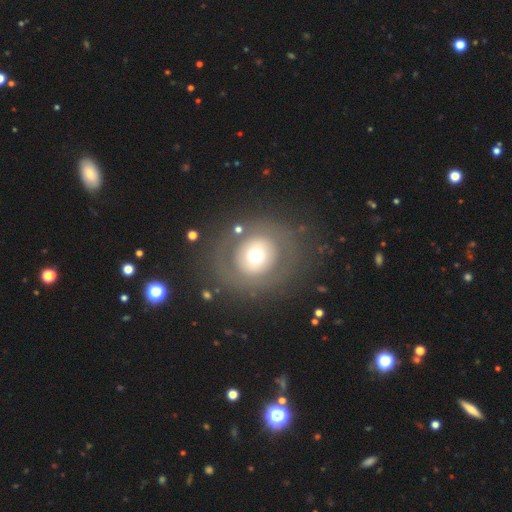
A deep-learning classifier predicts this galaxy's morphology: Smooth or featured? Predicted: smooth (p=0.53). How rounded? Predicted: round (p=0.87). Merging? Predicted: none (p=0.78).